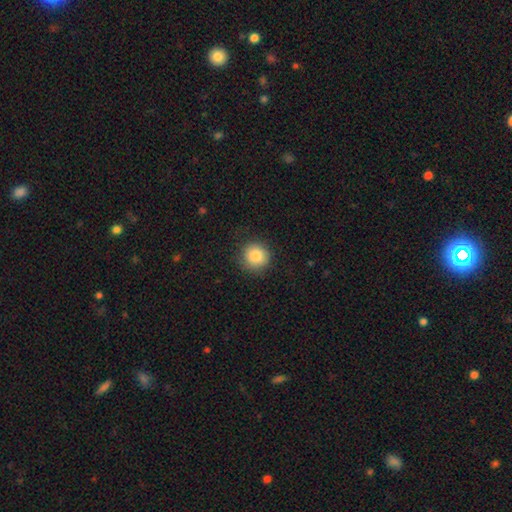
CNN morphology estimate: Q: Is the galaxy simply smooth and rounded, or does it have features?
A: smooth — 85%.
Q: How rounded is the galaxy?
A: round — 92%.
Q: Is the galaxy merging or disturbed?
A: none — 85%.